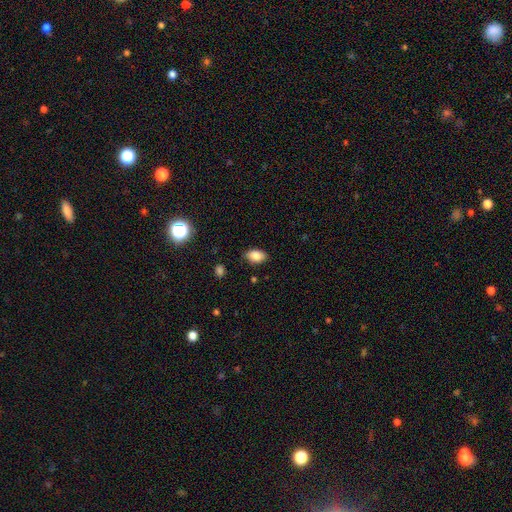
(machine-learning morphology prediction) Overall: smooth (84%). How rounded: in between (88%). Merging: none (82%).